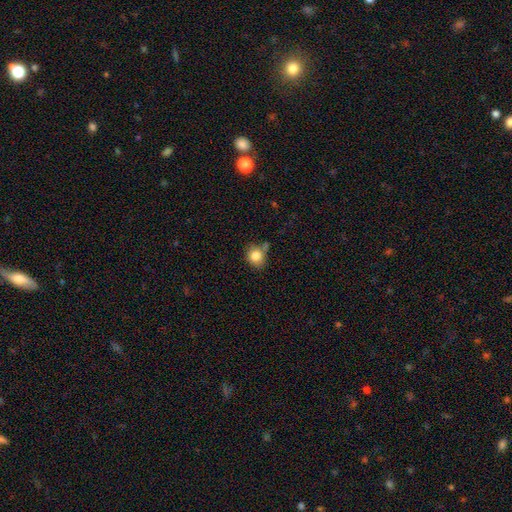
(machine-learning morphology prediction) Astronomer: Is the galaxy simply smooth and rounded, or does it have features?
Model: smooth — 83%.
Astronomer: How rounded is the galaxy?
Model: round — 70%.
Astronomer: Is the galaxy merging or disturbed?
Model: none — 57%.